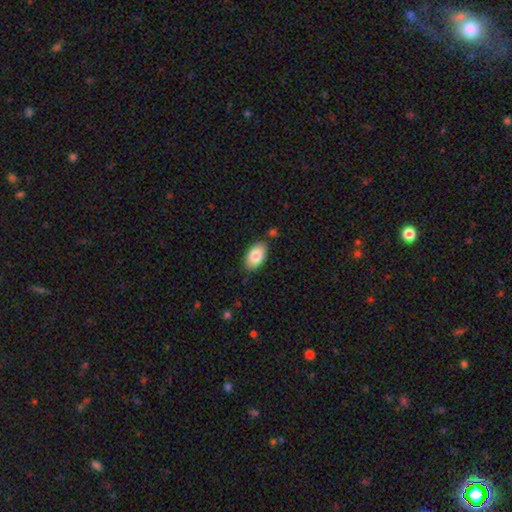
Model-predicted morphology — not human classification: This appears to be a smooth galaxy with no disk features (83%) that is in between round and cigar-shaped (94%). Merging: none (82%).